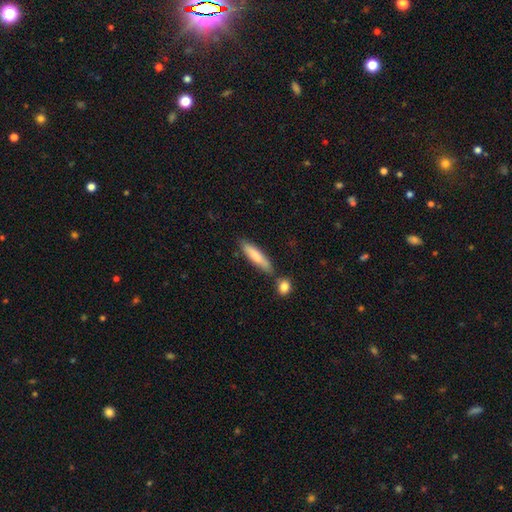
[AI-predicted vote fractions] A smooth galaxy with no disk features (76%) that is cigar-shaped (76%). Merging: none (69%).